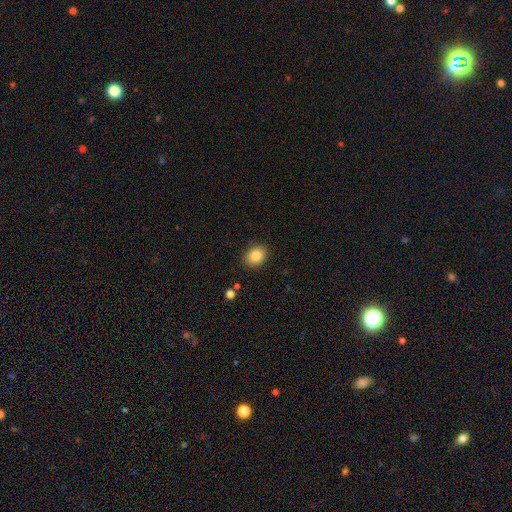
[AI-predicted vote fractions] Smooth or featured? smooth (84%)
How rounded? round (51%)
Merging? none (87%)